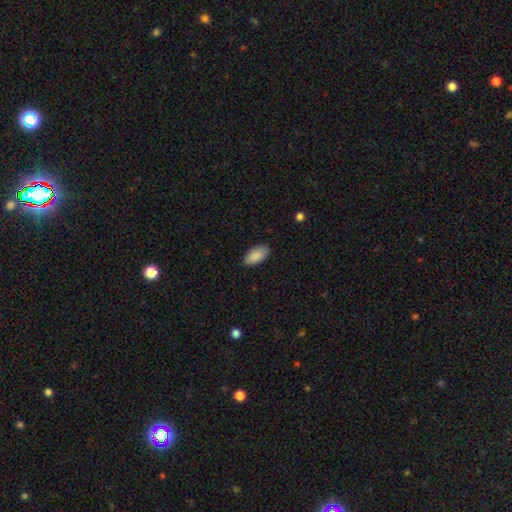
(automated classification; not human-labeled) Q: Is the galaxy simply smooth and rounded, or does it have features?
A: smooth — 90%.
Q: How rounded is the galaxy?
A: in between — 93%.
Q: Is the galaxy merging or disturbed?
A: none — 88%.